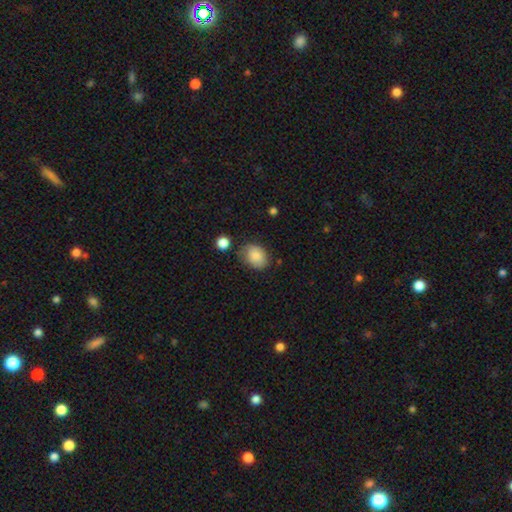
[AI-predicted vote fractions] Q: Smooth or featured?
A: smooth (86%); runner-up: star or artifact (8%)
Q: How rounded?
A: in between (66%); runner-up: round (33%)
Q: Merging?
A: none (71%); runner-up: minor disturbance (20%)